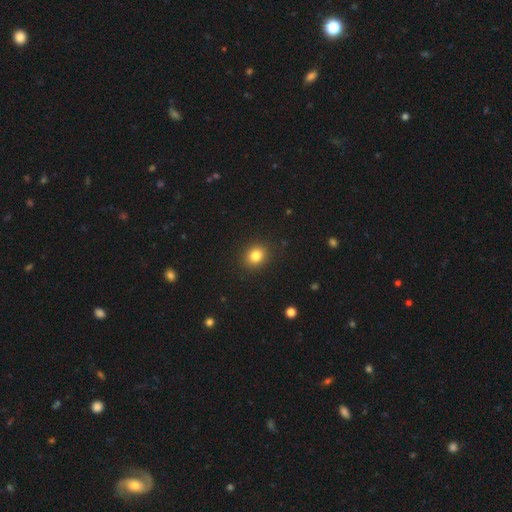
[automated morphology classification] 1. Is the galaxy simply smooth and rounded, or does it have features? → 83% smooth, 11% star or artifact, 6% featured or disk.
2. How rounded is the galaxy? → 68% round, 31% in between, 1% cigar-shaped.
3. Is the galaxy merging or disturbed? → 90% none, 7% minor disturbance, 2% major disturbance, 1% merger.